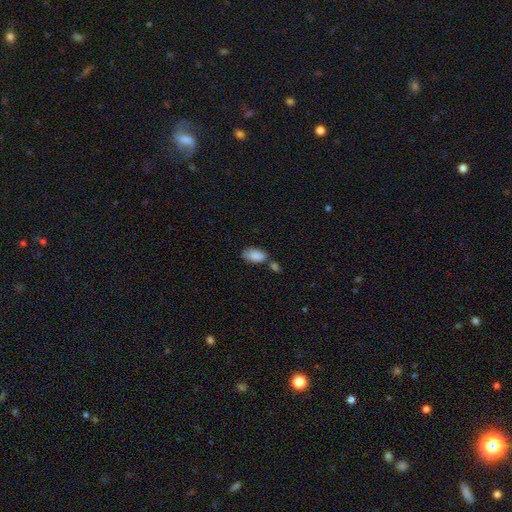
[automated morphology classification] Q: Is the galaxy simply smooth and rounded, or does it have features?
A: smooth — 86%.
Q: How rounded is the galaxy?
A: in between — 93%.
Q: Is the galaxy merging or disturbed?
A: none — 48%.